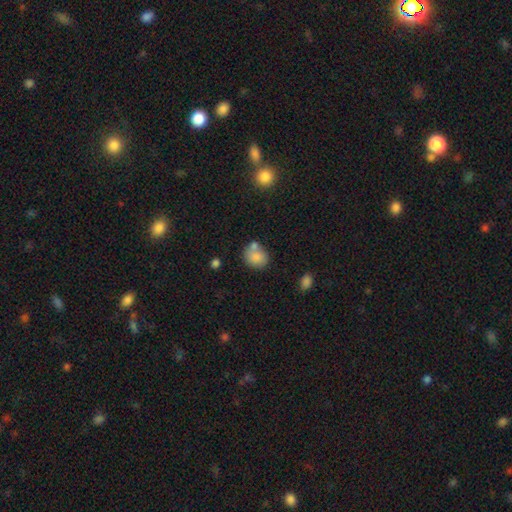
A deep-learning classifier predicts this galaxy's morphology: A smooth galaxy with no disk features (81%) that is round (59%).

Vote fractions:
- Smooth or featured? smooth: 81% / featured or disk: 10% / star or artifact: 9%
- How rounded? round: 59% / in between: 40% / cigar-shaped: 1%
- Merging? none: 54% / merger: 25% / minor disturbance: 16% / major disturbance: 5%